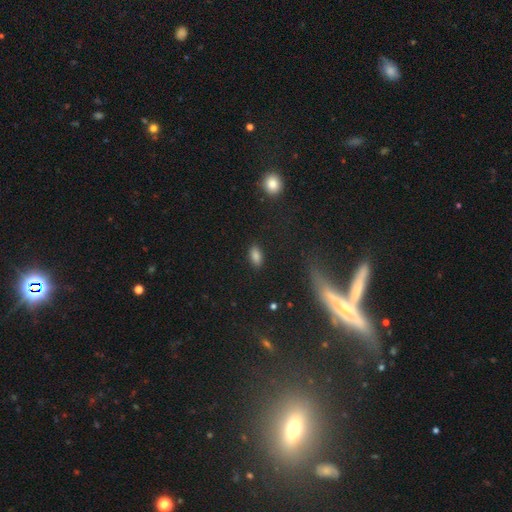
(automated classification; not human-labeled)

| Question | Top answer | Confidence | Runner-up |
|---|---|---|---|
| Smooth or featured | smooth | 83% | star or artifact (11%) |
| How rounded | in between | 90% | round (6%) |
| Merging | none | 87% | minor disturbance (9%) |